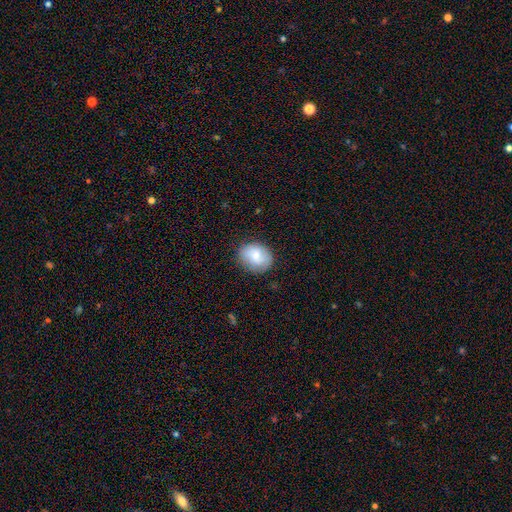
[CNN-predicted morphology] This is likely a smooth galaxy (77%). How rounded: possibly round (53%). Merging: clearly none (80%).